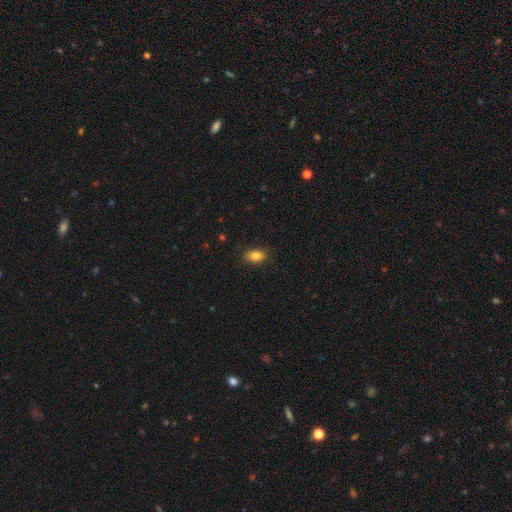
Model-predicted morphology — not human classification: smooth 84%, star or artifact 9%, featured or disk 7%. Down the decision tree: how rounded — in between (86%); merging — none (86%).